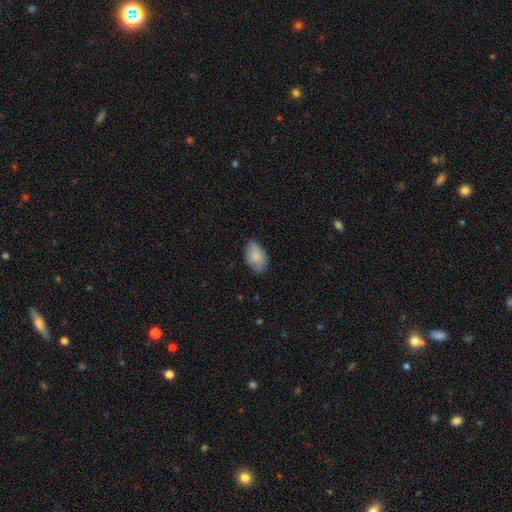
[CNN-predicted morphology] A smooth galaxy with no disk features (83%) that is in between round and cigar-shaped (91%). Merging: none (72%).